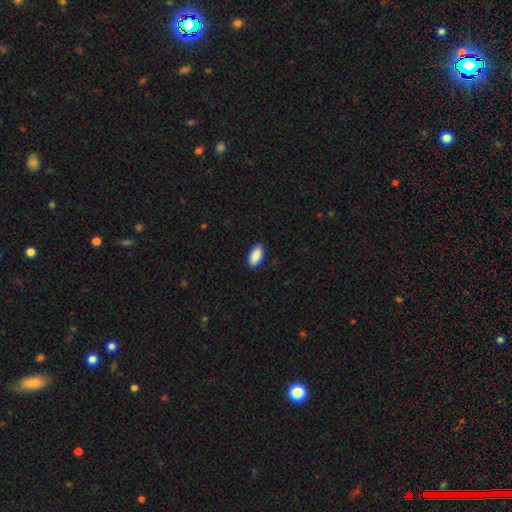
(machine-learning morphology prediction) Q: Smooth or featured?
A: smooth (91%); runner-up: star or artifact (6%)
Q: How rounded?
A: in between (92%); runner-up: cigar-shaped (6%)
Q: Merging?
A: none (89%); runner-up: minor disturbance (8%)